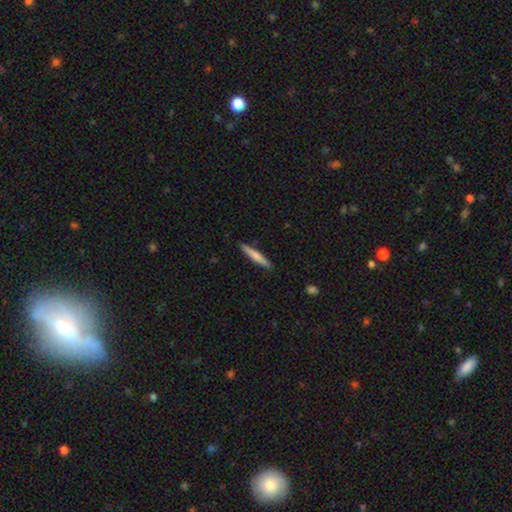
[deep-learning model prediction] smooth_or_featured: smooth (p=0.69) [alt: featured or disk p=0.26]
how_rounded: cigar-shaped (p=0.93) [alt: in between p=0.05]
merging: none (p=0.89) [alt: minor disturbance p=0.08]